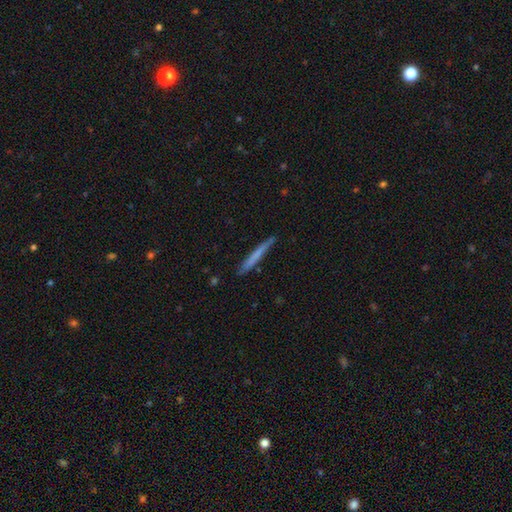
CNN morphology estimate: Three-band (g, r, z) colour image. It shows a smooth galaxy with no disk features (63%) that is cigar-shaped (97%). Merging: none (87%).